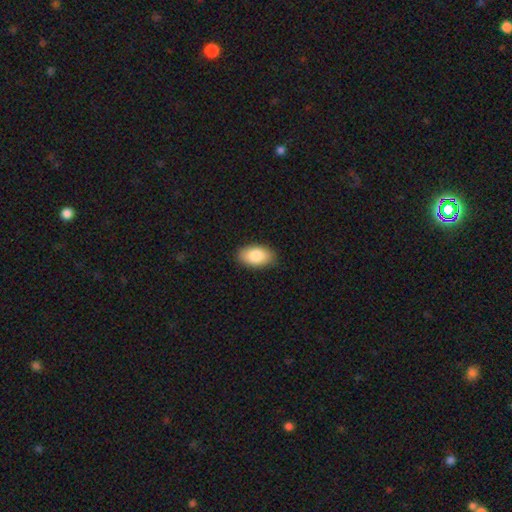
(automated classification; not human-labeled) A smooth galaxy with no disk features (85%) that is in between round and cigar-shaped (94%). Merging: none (87%).